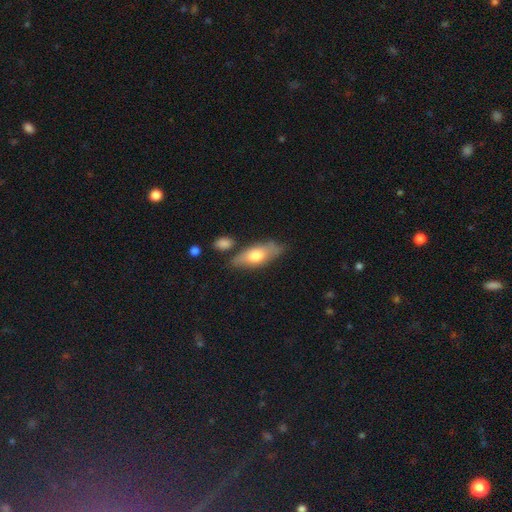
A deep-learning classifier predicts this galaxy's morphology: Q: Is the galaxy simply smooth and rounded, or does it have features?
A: smooth — 64%.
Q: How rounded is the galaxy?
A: in between — 74%.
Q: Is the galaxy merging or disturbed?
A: none — 69%.